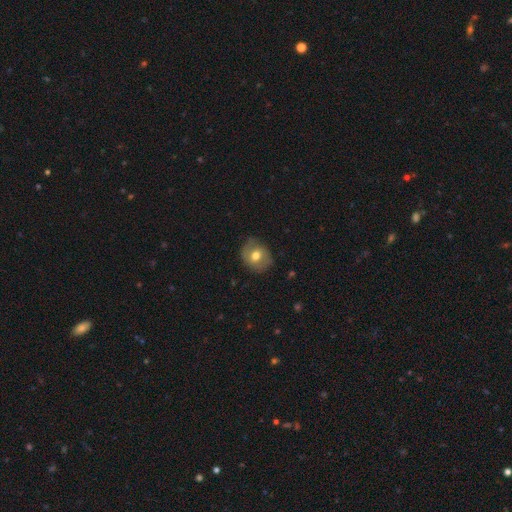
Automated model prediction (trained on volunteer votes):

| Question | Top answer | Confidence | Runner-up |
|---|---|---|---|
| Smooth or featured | smooth | 61% | featured or disk (31%) |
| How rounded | round | 67% | in between (32%) |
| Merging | none | 76% | minor disturbance (18%) |